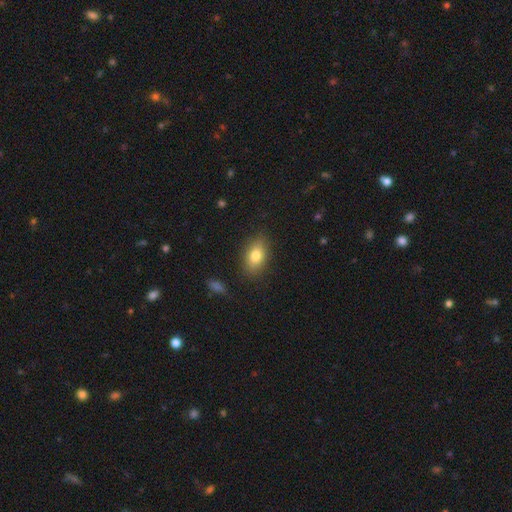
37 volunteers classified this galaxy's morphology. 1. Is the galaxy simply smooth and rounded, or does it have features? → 86% smooth, 11% featured or disk, 3% star or artifact.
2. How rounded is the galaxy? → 94% in between, 6% round, 0% cigar-shaped.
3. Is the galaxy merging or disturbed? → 83% none, 14% minor disturbance, 3% merger, 0% major disturbance.